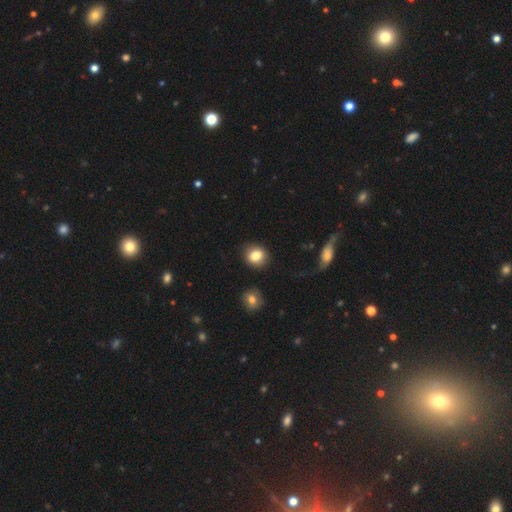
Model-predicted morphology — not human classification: type=smooth (83%); roundness=round (73%); merging=none (87%).